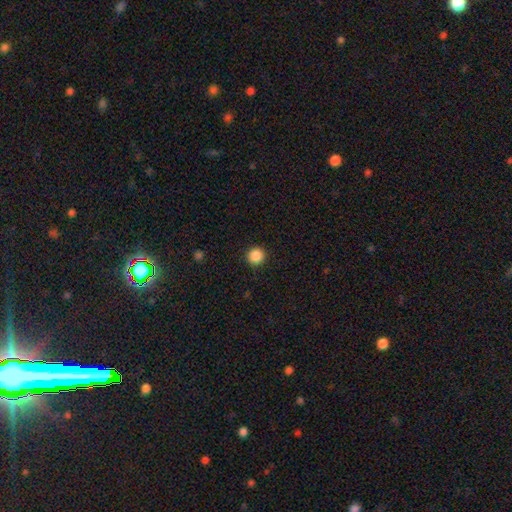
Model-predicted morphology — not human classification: smooth-or-featured: smooth: 88% | star or artifact: 10% | featured or disk: 2%
  how-rounded: round: 95% | in between: 4% | cigar-shaped: 1%
  merging: none: 92% | minor disturbance: 5% | major disturbance: 2% | merger: 1%